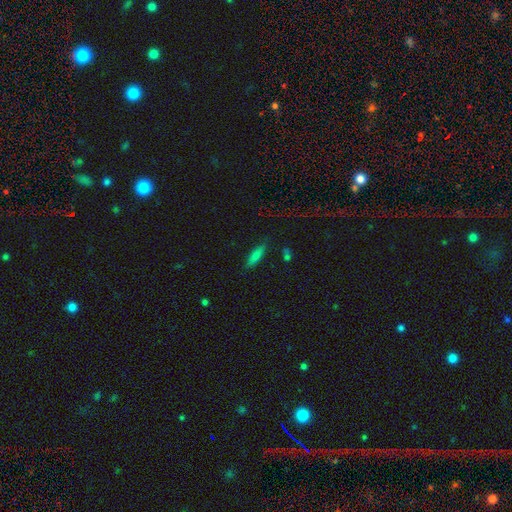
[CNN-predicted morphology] Smooth or featured? Predicted: smooth (p=0.78). How rounded? Predicted: cigar-shaped (p=0.65). Merging? Predicted: none (p=0.81).